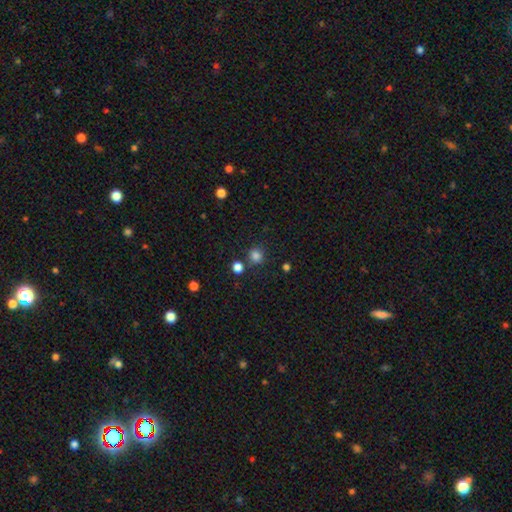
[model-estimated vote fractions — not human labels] This is clearly a smooth galaxy (82%). How rounded: clearly round (89%). Merging: likely none (77%).